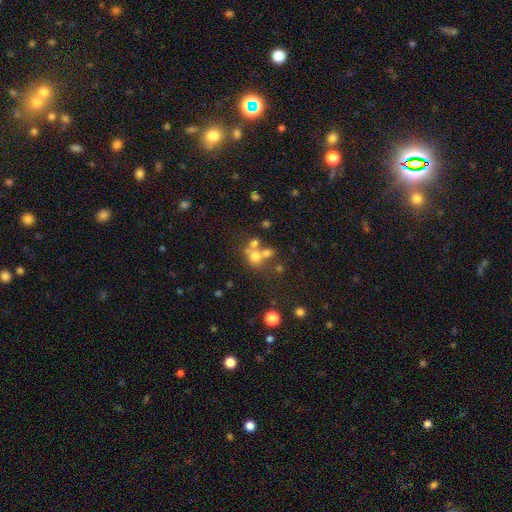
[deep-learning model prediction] Q: Smooth or featured?
A: smooth (60%); runner-up: featured or disk (20%)
Q: How rounded?
A: round (79%); runner-up: in between (20%)
Q: Merging?
A: none (43%); tied with: merger (43%)